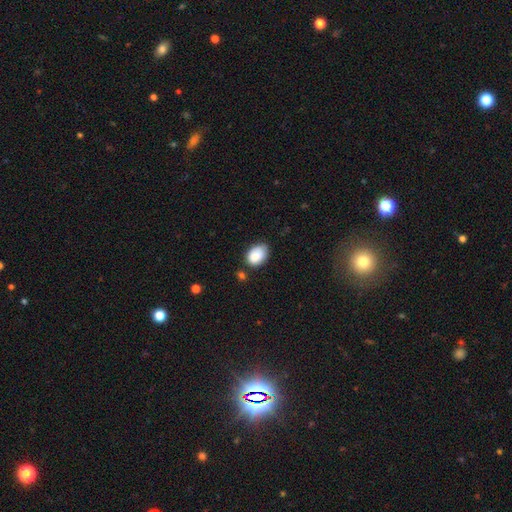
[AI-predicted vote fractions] Smooth or featured? Predicted: smooth (p=0.86). How rounded? Predicted: in between (p=0.80). Merging? Predicted: none (p=0.61).